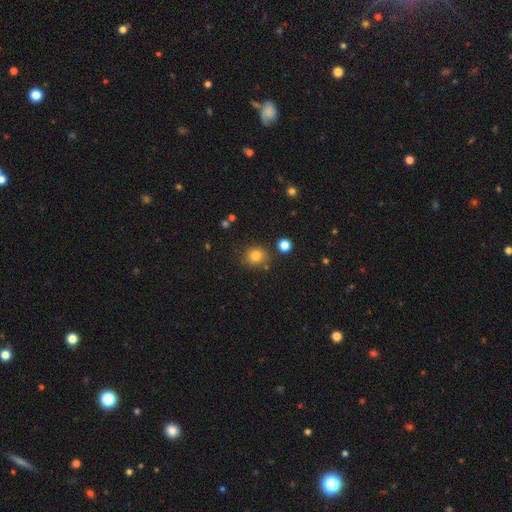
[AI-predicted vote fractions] The model was most divided on "smooth or featured": smooth: 81%, star or artifact: 13%, featured or disk: 7%. More confident: how rounded — round (85%); merging — none (82%).